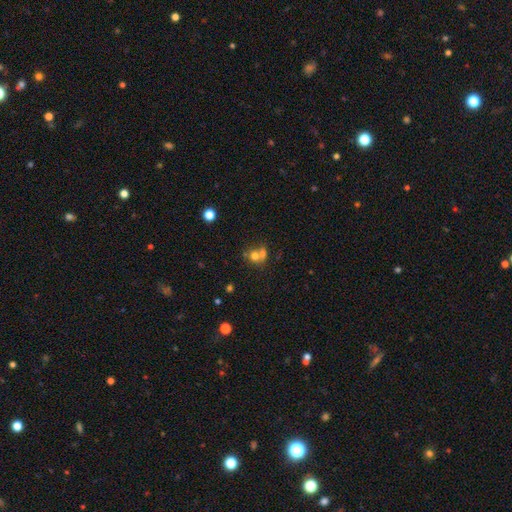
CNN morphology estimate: A smooth galaxy with no disk features (67%) that is round (73%). Merging: merger (55%).